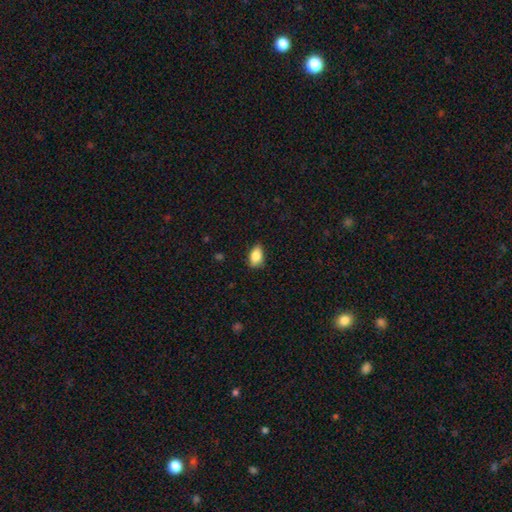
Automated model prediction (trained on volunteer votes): Smooth or featured: smooth — 84% (featured or disk — 8%)
How rounded: in between — 88% (round — 8%)
Merging: none — 74% (minor disturbance — 21%)